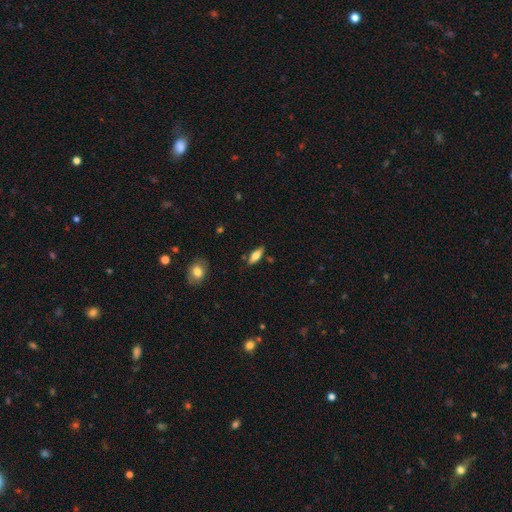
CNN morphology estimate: The model was most divided on "how rounded": in between: 67%, cigar-shaped: 31%, round: 2%. More confident: merging — none (83%); smooth or featured — smooth (69%).